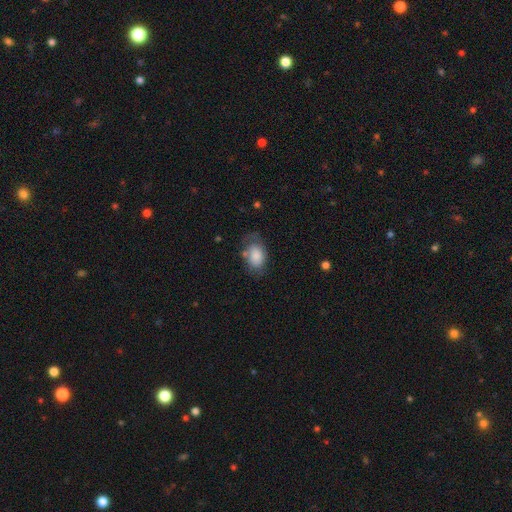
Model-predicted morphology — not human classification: A smooth galaxy with no disk features (78%) that is in between round and cigar-shaped (82%). Merging: none (52%).